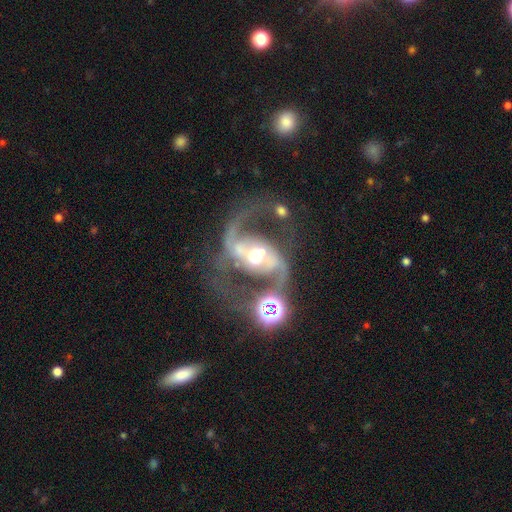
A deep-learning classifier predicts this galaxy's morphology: smooth_or_featured: featured or disk (p=0.86) [alt: star or artifact p=0.08]
disk_edge_on: no (p=0.97) [alt: yes p=0.03]
bar: strong (p=0.40) [alt: weak p=0.32]
has_spiral_arms: yes (p=0.95) [alt: no p=0.05]
spiral_winding: loose (p=0.54) [alt: medium p=0.39]
spiral_arm_count: 2 (p=0.90) [alt: 1 p=0.03]
bulge_size: moderate (p=0.65) [alt: large p=0.17]
merging: none (p=0.47) [alt: major disturbance p=0.21]